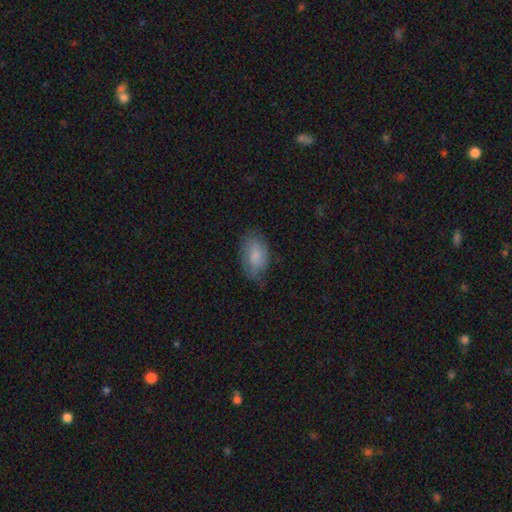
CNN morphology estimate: A smooth galaxy with no disk features (78%) that is in between round and cigar-shaped (92%). Merging: none (65%).